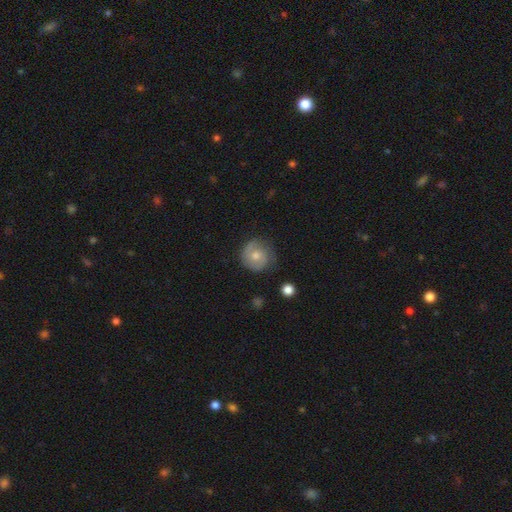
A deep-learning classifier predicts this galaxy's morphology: This appears to be a featured or disk galaxy (48%). Merging: none (71%).